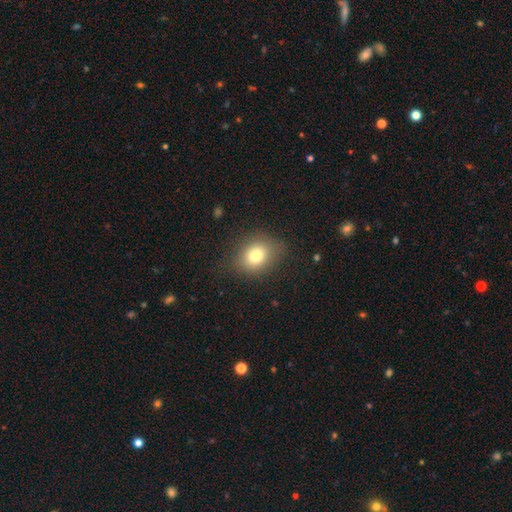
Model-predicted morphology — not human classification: smooth_or_featured: smooth (p=0.77) [alt: star or artifact p=0.11]
how_rounded: in between (p=0.51) [alt: round p=0.48]
merging: none (p=0.79) [alt: minor disturbance p=0.15]